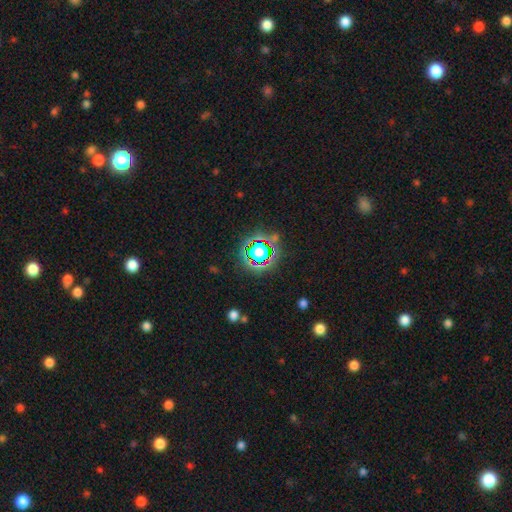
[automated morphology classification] This is likely a star or artifact rather than a galaxy (61%).